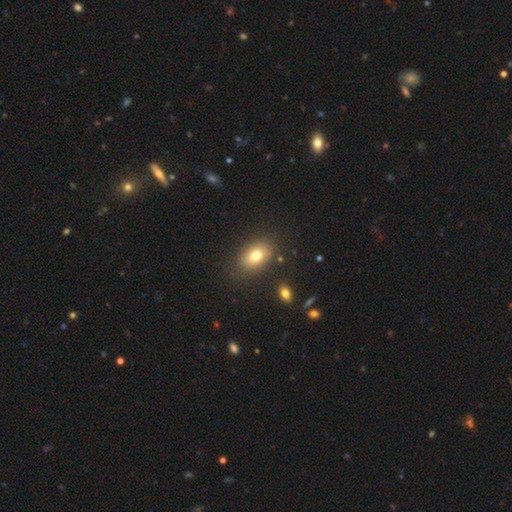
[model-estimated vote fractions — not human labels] Smooth or featured? Predicted: smooth (p=0.76). How rounded? Predicted: in between (p=0.80). Merging? Predicted: none (p=0.82).